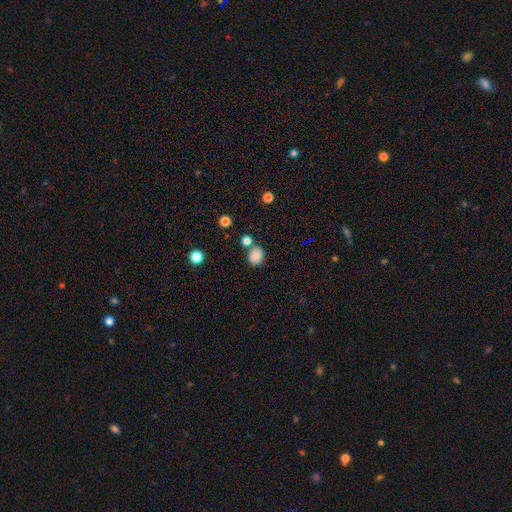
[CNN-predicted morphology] type=smooth (84%); roundness=round (53%); merging=none (70%).